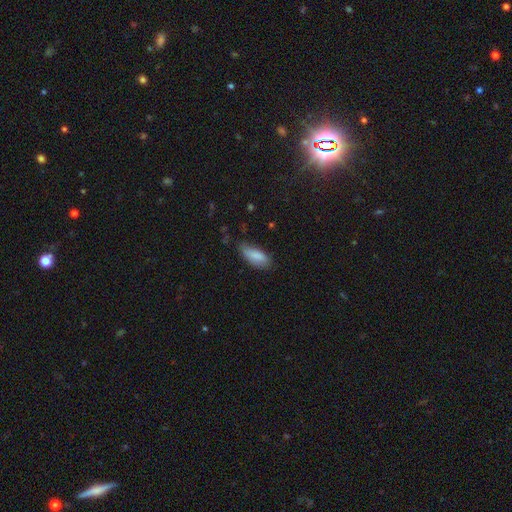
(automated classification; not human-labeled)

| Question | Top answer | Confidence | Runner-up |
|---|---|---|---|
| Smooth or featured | smooth | 86% | featured or disk (8%) |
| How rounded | in between | 79% | cigar-shaped (19%) |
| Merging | none | 59% | minor disturbance (33%) |